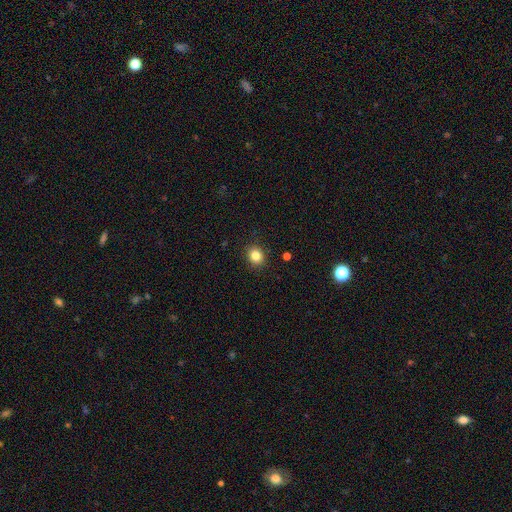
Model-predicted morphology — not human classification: Smooth or featured? Predicted: smooth (p=0.83). How rounded? Predicted: round (p=0.73). Merging? Predicted: none (p=0.90).